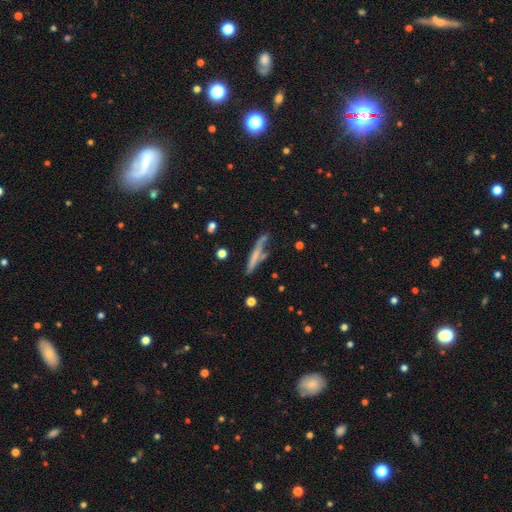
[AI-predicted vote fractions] Smooth or featured? Predicted: smooth (p=0.47). Merging? Predicted: none (p=0.62).